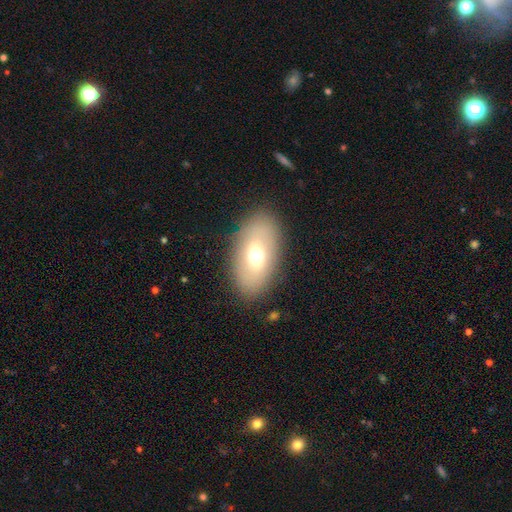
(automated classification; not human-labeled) Morphology: type=smooth (63%); roundness=in between (90%); merging=none (85%).